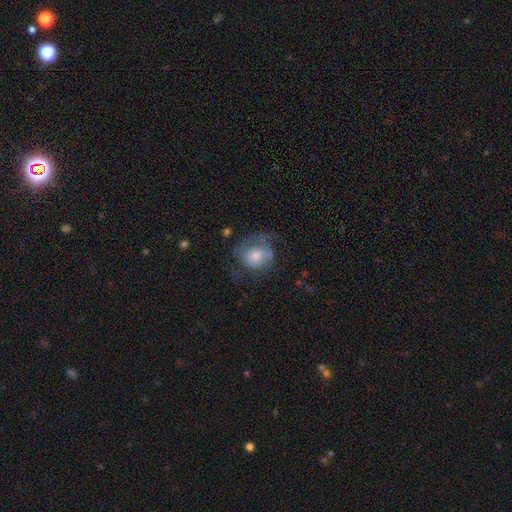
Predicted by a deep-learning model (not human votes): This appears to be a smooth galaxy with no disk features (46%). Merging: none (46%).